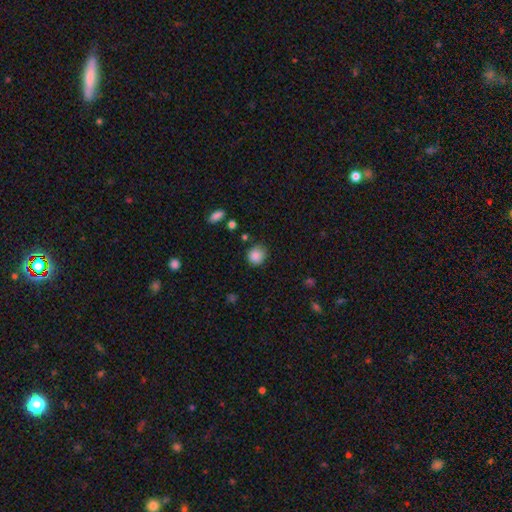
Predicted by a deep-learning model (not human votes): Overall: smooth (86%). How rounded: round (81%). Merging: none (77%).